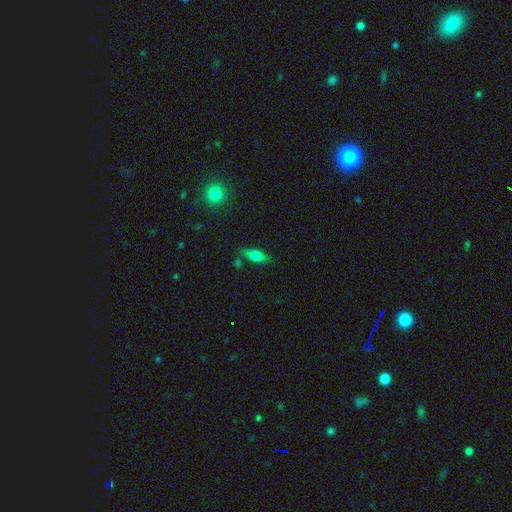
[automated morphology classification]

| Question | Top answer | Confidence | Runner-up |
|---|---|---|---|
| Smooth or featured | smooth | 71% | featured or disk (20%) |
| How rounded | in between | 72% | cigar-shaped (24%) |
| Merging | none | 71% | minor disturbance (18%) |